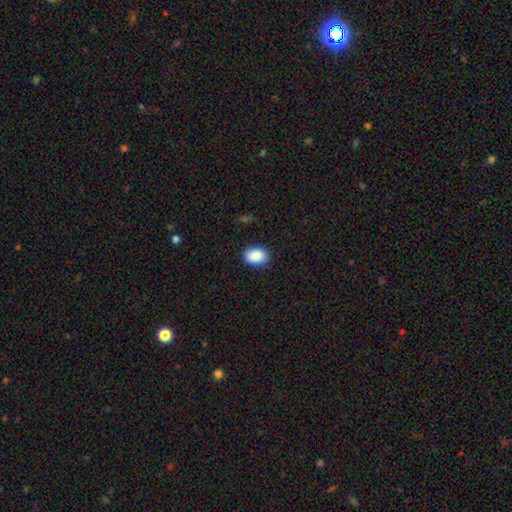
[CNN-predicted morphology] Q: Smooth or featured?
A: smooth (90%); runner-up: star or artifact (7%)
Q: How rounded?
A: in between (81%); runner-up: round (18%)
Q: Merging?
A: none (88%); runner-up: minor disturbance (9%)